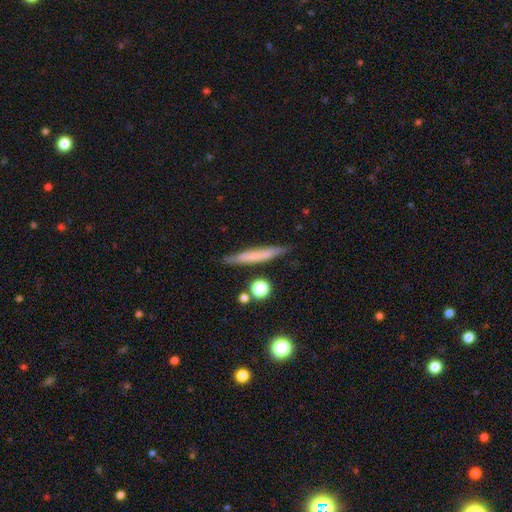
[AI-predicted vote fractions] This is possibly a smooth galaxy (57%). How rounded: clearly cigar-shaped (93%). Merging: clearly none (83%).